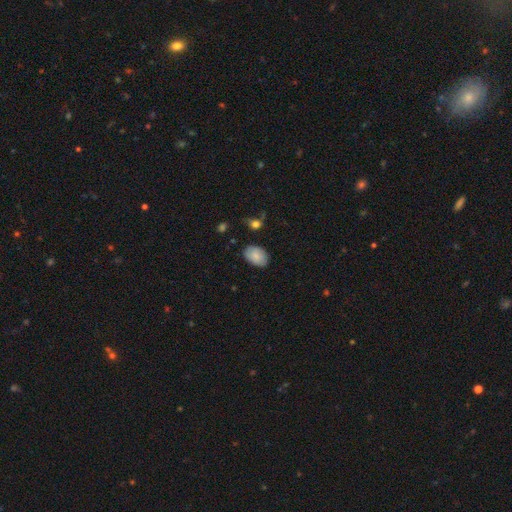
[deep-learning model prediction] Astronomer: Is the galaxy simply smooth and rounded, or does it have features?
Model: smooth — 82%.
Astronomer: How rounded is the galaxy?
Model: in between — 87%.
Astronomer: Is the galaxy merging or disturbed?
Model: none — 79%.